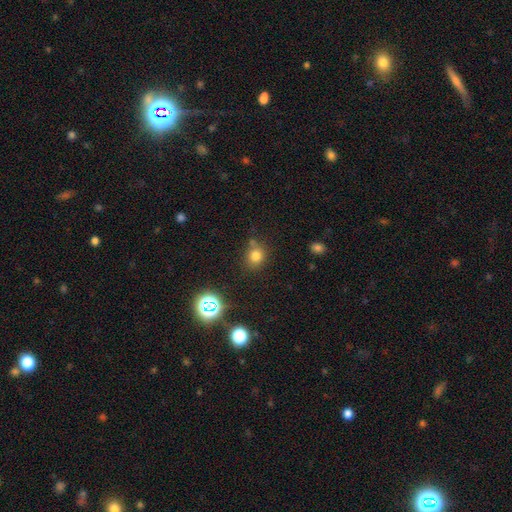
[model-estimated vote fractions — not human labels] This is likely a smooth galaxy (75%). How rounded: likely round (73%). Merging: likely none (67%).